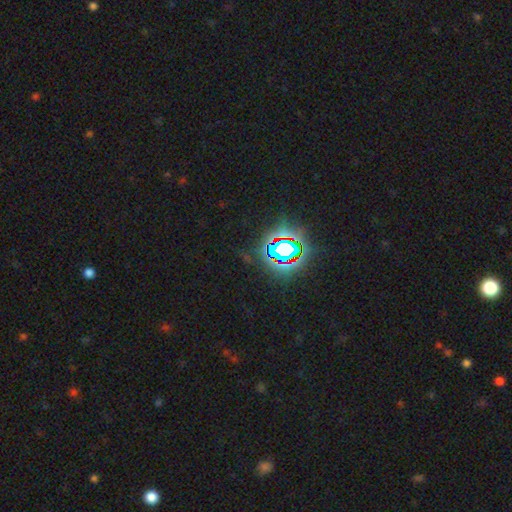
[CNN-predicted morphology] Overall: star or artifact (82%).